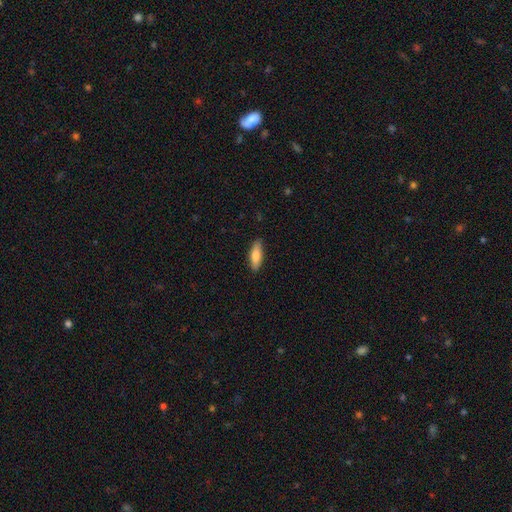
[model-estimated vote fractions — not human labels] This appears to be a smooth galaxy with no disk features (79%) that is in between round and cigar-shaped (51%). Merging: none (87%).